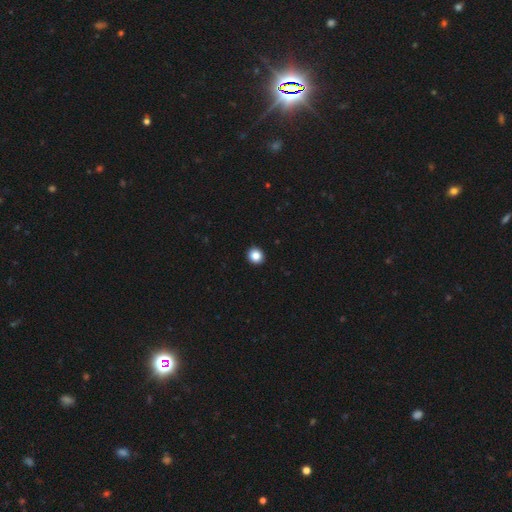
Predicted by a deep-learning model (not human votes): Smooth or featured? Predicted: smooth (p=0.86). How rounded? Predicted: round (p=0.86). Merging? Predicted: none (p=0.94).